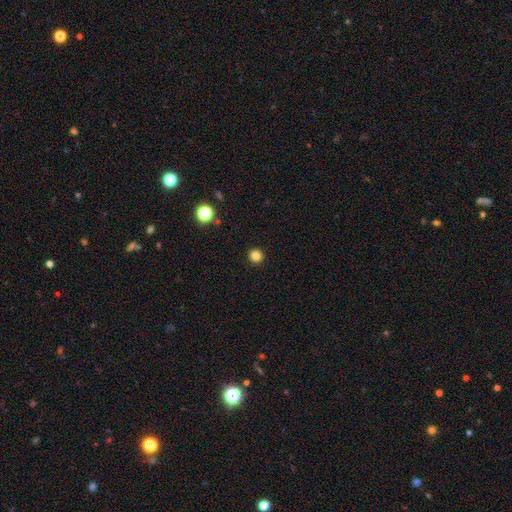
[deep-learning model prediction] A smooth galaxy with no disk features (82%) that is round (94%).

Vote fractions:
- Smooth or featured? smooth: 82% / star or artifact: 13% / featured or disk: 5%
- How rounded? round: 94% / in between: 5% / cigar-shaped: 1%
- Merging? none: 93% / minor disturbance: 4% / major disturbance: 2% / merger: 1%